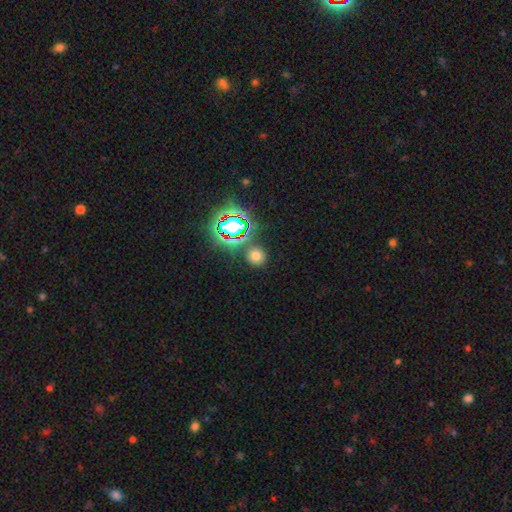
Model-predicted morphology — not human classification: The model was most divided on "smooth or featured": smooth: 66%, star or artifact: 26%, featured or disk: 8%. More confident: how rounded — round (86%); merging — none (83%).